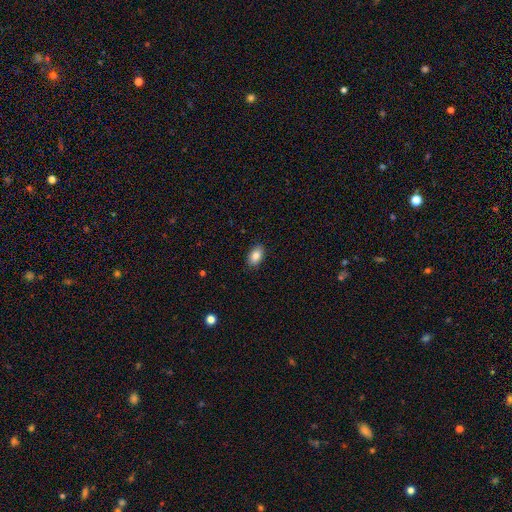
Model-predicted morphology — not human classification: Smooth or featured? smooth (86%)
How rounded? in between (92%)
Merging? none (89%)